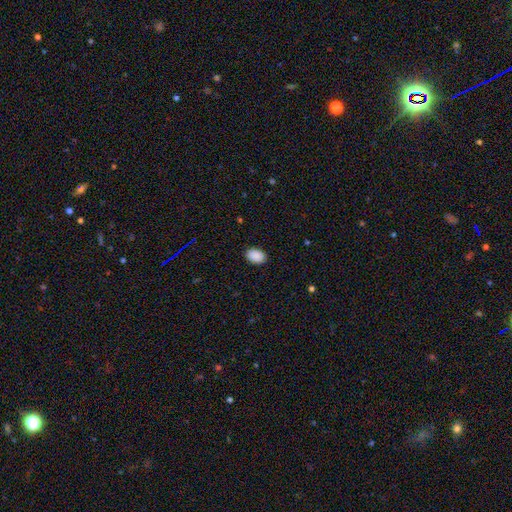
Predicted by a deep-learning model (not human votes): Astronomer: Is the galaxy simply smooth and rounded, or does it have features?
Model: smooth — 90%.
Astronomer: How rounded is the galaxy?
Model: in between — 84%.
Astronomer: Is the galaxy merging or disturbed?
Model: none — 89%.